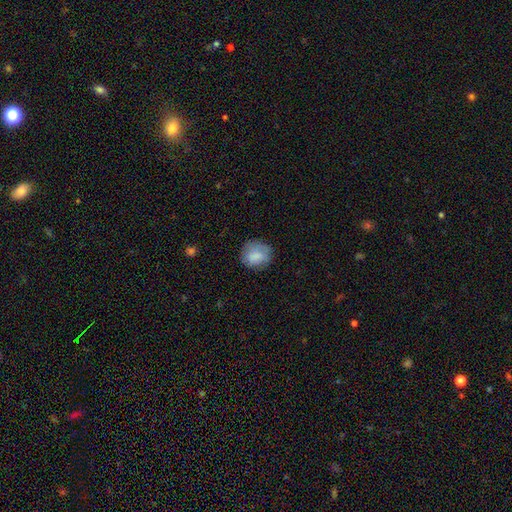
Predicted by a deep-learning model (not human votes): smooth-or-featured: smooth: 80% | featured or disk: 12% | star or artifact: 8%
  how-rounded: round: 73% | in between: 26% | cigar-shaped: 1%
  merging: none: 72% | minor disturbance: 20% | major disturbance: 7% | merger: 1%